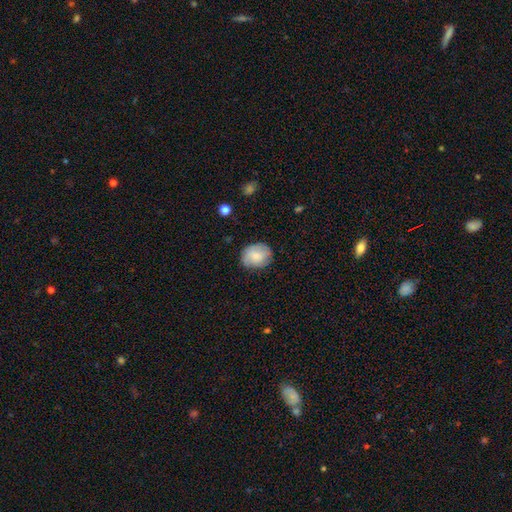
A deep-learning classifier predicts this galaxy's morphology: Smooth or featured? smooth (70%)
How rounded? round (61%)
Merging? none (75%)